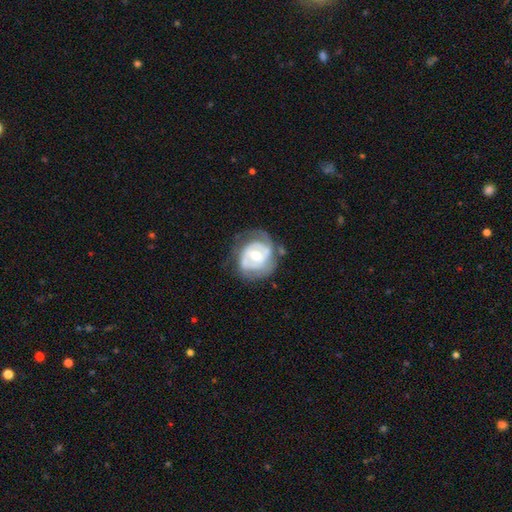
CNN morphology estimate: Smooth or featured: featured or disk — 78% (smooth — 17%)
Edge-on disk: no — 97% (yes — 3%)
Bar: no — 51% (weak — 37%)
Spiral arms: yes — 81% (no — 19%)
Spiral winding: tight — 55% (medium — 33%)
Spiral arm count: 2 — 48% (can't tell — 29%)
Bulge size: moderate — 64% (small — 29%)
Merging: none — 55% (minor disturbance — 25%)